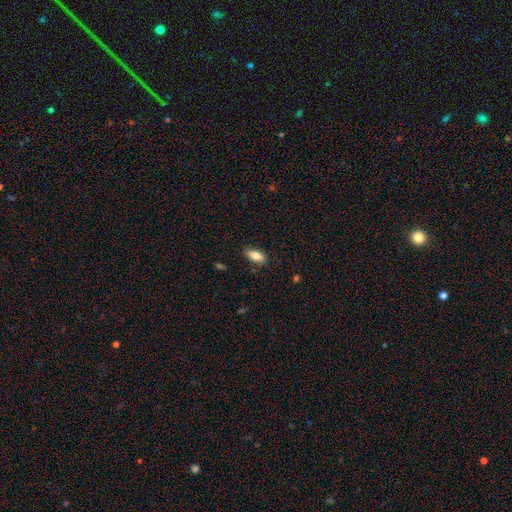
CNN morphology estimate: Q: Smooth or featured?
A: smooth (81%); runner-up: featured or disk (12%)
Q: How rounded?
A: in between (84%); runner-up: cigar-shaped (13%)
Q: Merging?
A: none (84%); runner-up: minor disturbance (12%)